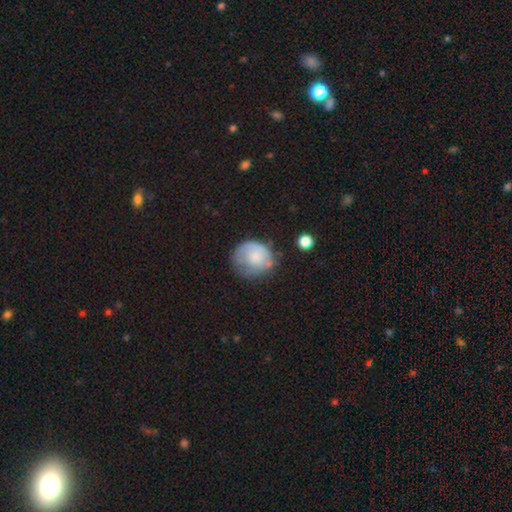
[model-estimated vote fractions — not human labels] Smooth or featured: smooth — 58% (featured or disk — 34%)
How rounded: round — 74% (in between — 25%)
Merging: none — 48% (minor disturbance — 28%)